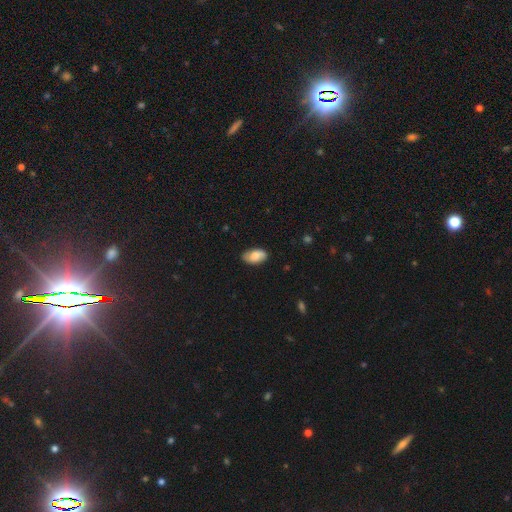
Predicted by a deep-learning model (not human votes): This is likely a smooth galaxy (72%). How rounded: clearly in between (94%). Merging: clearly none (83%).